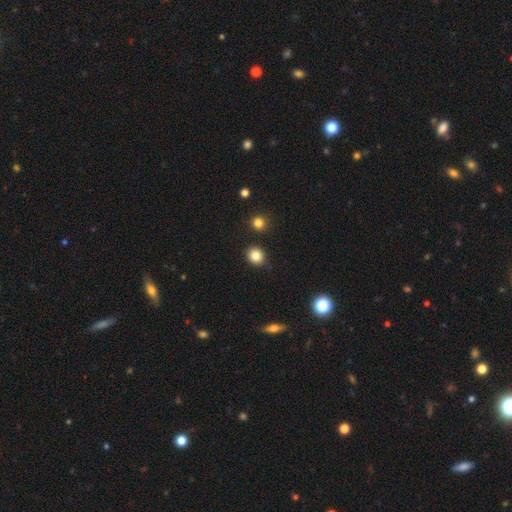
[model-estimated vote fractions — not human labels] A smooth galaxy with no disk features (84%) that is round (78%). Merging: none (88%).